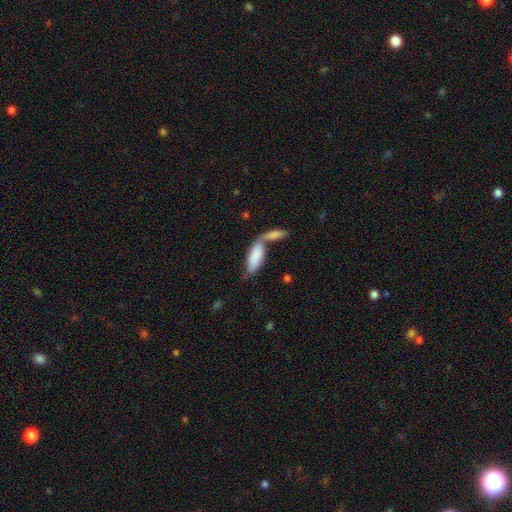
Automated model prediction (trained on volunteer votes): Smooth or featured: smooth — 83% (featured or disk — 12%)
How rounded: in between — 71% (cigar-shaped — 28%)
Merging: merger — 54% (none — 28%)